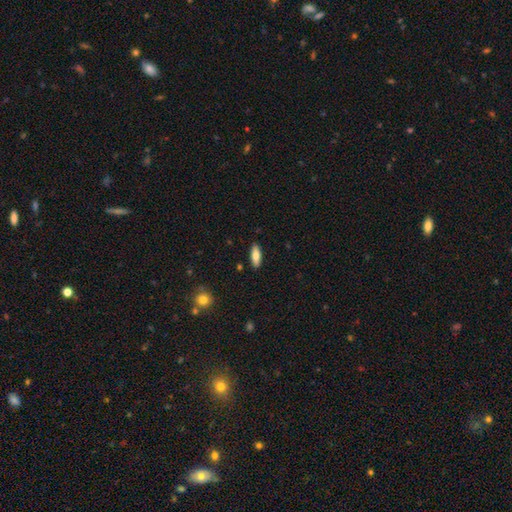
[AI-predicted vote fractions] The model was most divided on "how rounded": in between: 68%, cigar-shaped: 30%, round: 2%. More confident: merging — none (89%); smooth or featured — smooth (76%).